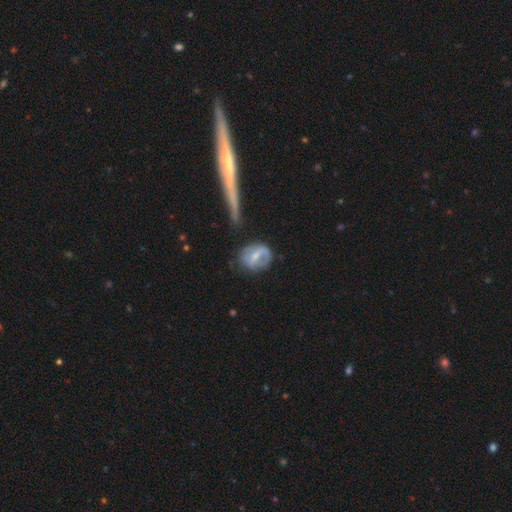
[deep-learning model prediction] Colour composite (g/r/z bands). It shows a featured or disk galaxy (53%). Merging: none (58%).